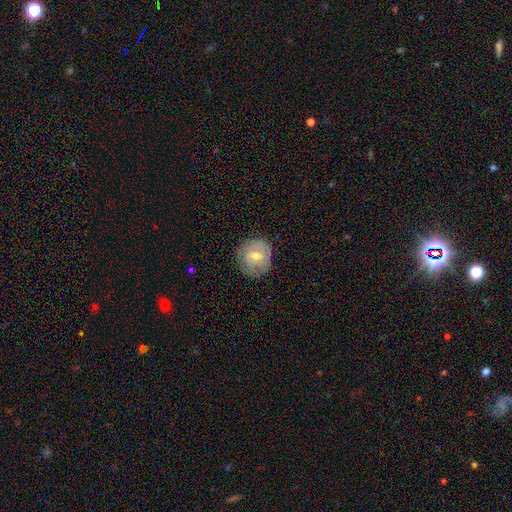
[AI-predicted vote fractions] A featured or disk galaxy (50%). Merging: none (77%).